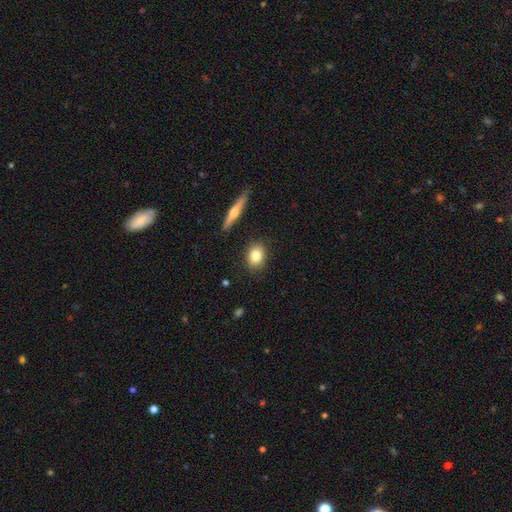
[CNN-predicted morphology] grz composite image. It shows a smooth galaxy with no disk features (81%) that is in between round and cigar-shaped (57%). Merging: none (86%).